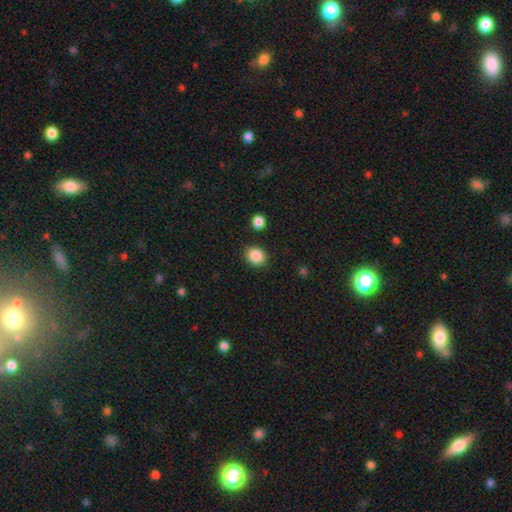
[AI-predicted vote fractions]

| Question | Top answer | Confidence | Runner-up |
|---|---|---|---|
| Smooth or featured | smooth | 87% | star or artifact (9%) |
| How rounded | round | 62% | in between (37%) |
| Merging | none | 85% | minor disturbance (9%) |